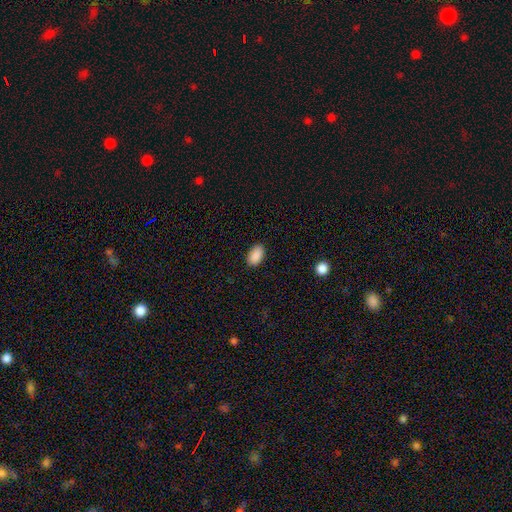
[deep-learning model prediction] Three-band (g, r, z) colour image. It shows a smooth galaxy with no disk features (90%) that is in between round and cigar-shaped (92%). Merging: none (87%).